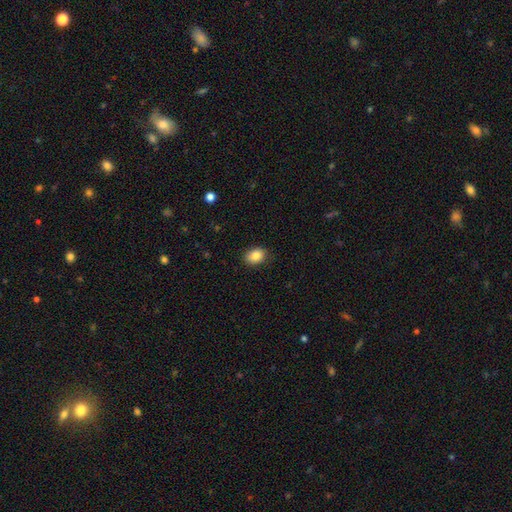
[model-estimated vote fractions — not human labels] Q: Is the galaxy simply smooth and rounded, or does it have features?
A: smooth — 86%.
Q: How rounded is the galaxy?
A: in between — 77%.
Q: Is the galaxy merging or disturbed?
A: none — 88%.